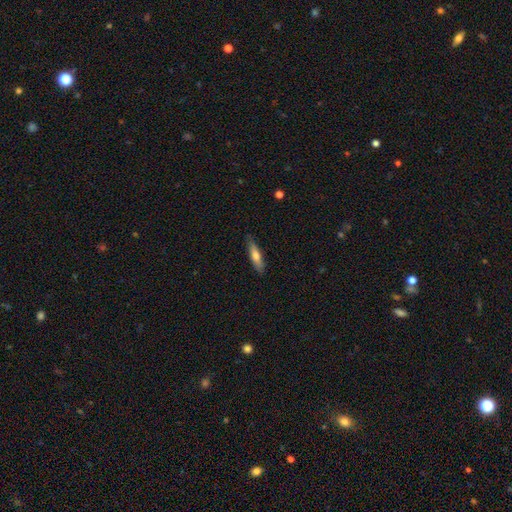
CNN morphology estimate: smooth 65%, featured or disk 29%, star or artifact 6%. Down the decision tree: how rounded — cigar-shaped (75%); merging — none (83%).